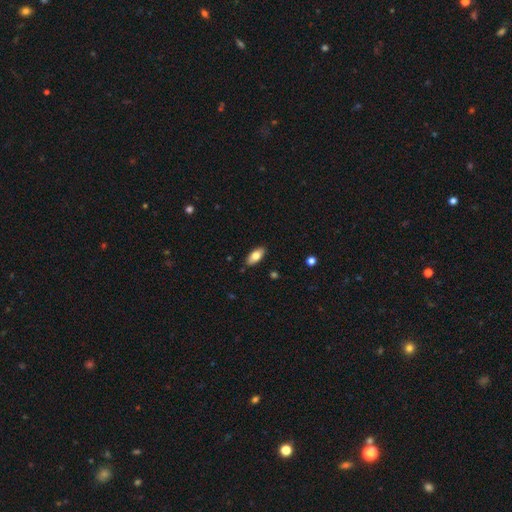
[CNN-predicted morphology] Smooth or featured? smooth (77%)
How rounded? in between (89%)
Merging? none (88%)